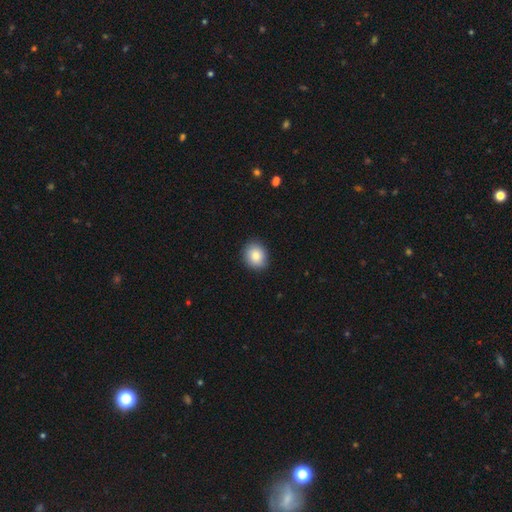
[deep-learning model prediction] The model was most divided on "how rounded": round: 69%, in between: 30%, cigar-shaped: 1%. More confident: merging — none (88%); smooth or featured — smooth (85%).